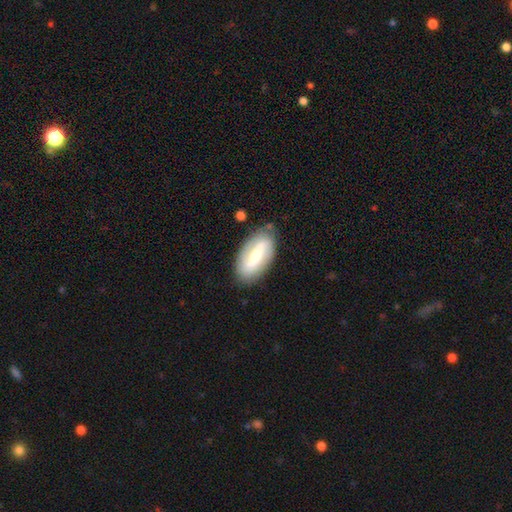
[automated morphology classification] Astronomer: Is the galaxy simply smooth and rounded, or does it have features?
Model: featured or disk — 57% (runner-up: smooth, 37%).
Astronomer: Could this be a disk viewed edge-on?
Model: no — 90%.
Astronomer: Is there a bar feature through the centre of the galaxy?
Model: strong — 46% (runner-up: weak, 36%).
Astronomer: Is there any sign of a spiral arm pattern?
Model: yes — 75%.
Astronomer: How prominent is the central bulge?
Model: moderate — 48% (runner-up: small, 37%).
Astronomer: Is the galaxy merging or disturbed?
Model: none — 80%.